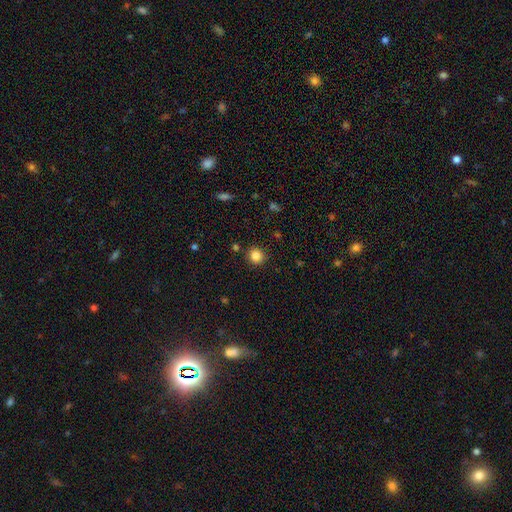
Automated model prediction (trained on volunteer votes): Smooth or featured? smooth (85%)
How rounded? round (92%)
Merging? none (90%)